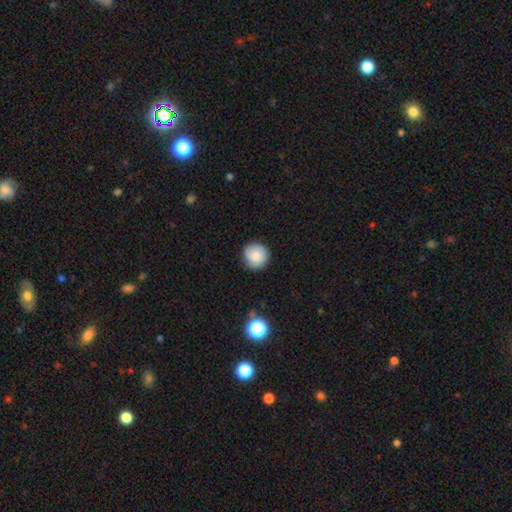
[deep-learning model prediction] A smooth galaxy with no disk features (79%) that is round (94%).

Vote fractions:
- Smooth or featured? smooth: 79% / featured or disk: 13% / star or artifact: 8%
- How rounded? round: 94% / in between: 5% / cigar-shaped: 1%
- Merging? none: 87% / minor disturbance: 10% / major disturbance: 2% / merger: 1%